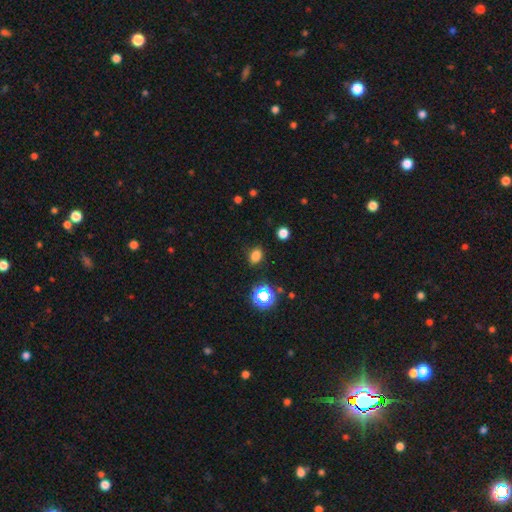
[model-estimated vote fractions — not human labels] Overall: smooth (75%). How rounded: in between (69%; round 30%). Merging: none (85%).